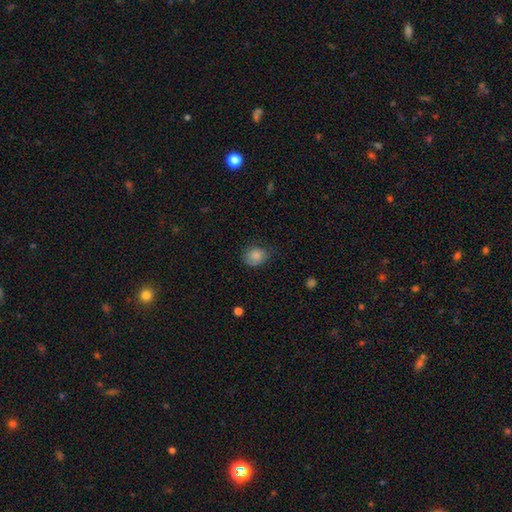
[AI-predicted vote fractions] Smooth or featured: smooth — 85% (star or artifact — 9%)
How rounded: round — 63% (in between — 36%)
Merging: none — 68% (minor disturbance — 25%)